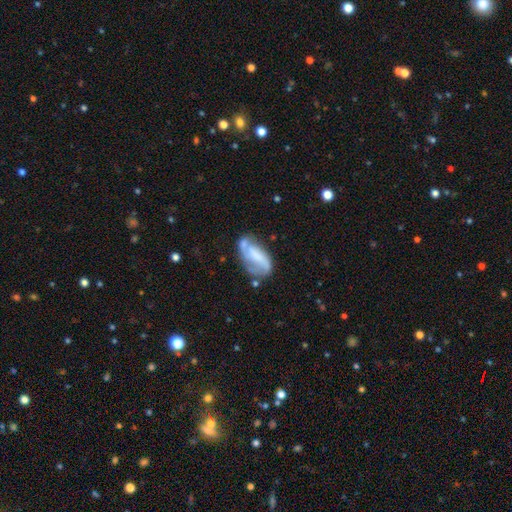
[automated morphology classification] A featured or disk galaxy (60%) with no bar (46%), spiral arms (70%) and no central bulge (46%).

Vote fractions:
- Smooth or featured? featured or disk: 60% / smooth: 32% / star or artifact: 8%
- Edge-on disk? no: 94% / yes: 6%
- Bar? no: 46% / weak: 31% / strong: 24%
- Spiral arms? yes: 70% / no: 30%
- Bulge size? none: 46% / small: 21% / moderate: 19% / large: 11% / dominant: 3%
- Merging? none: 44% / minor disturbance: 26% / major disturbance: 19% / merger: 11%